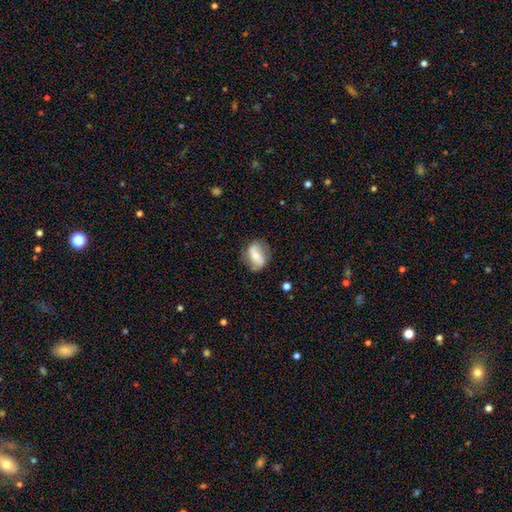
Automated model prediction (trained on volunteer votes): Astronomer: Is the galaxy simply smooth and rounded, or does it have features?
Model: featured or disk — 58% (runner-up: smooth, 35%).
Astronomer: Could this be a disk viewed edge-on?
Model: no — 94%.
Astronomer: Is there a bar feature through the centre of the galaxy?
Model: strong — 45% (runner-up: weak, 30%).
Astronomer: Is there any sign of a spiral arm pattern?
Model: yes — 80%.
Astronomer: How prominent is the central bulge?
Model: small — 47% (runner-up: moderate, 41%).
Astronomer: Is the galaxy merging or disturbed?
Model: none — 73%.